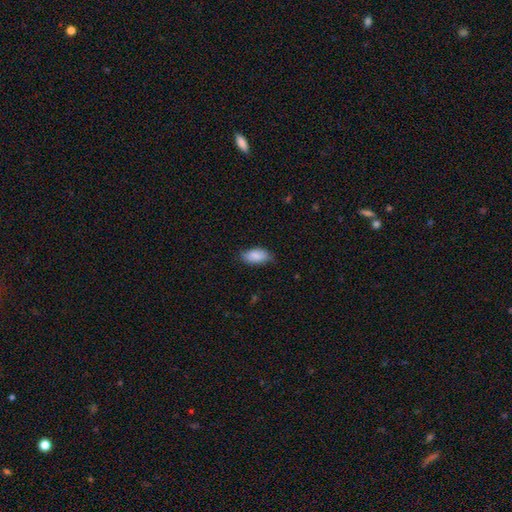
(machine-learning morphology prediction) This is clearly a smooth galaxy (88%). How rounded: clearly in between (93%). Merging: likely none (76%).